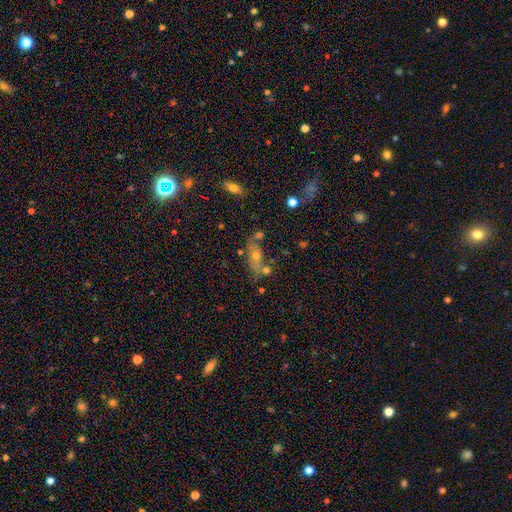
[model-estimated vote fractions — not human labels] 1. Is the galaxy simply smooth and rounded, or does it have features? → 45% smooth, 38% featured or disk, 17% star or artifact.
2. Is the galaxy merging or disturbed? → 51% none, 21% merger, 19% minor disturbance, 9% major disturbance.